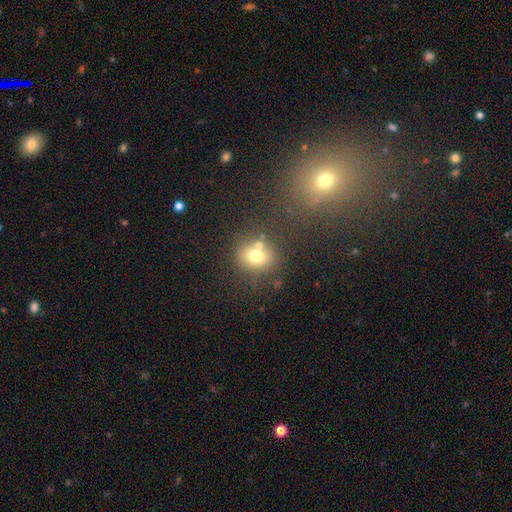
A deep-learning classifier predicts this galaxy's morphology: Smooth or featured? Predicted: smooth (p=0.72). How rounded? Predicted: round (p=0.75). Merging? Predicted: none (p=0.66).